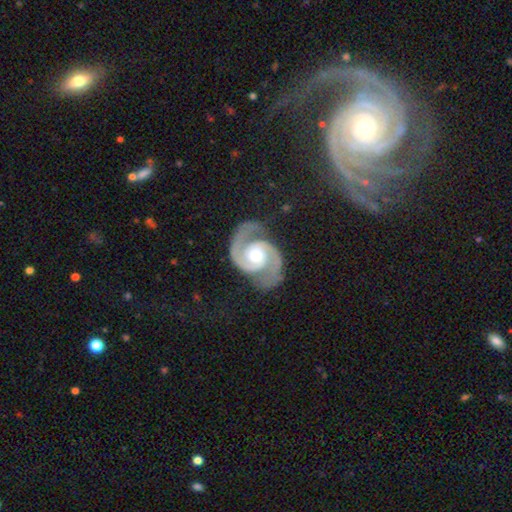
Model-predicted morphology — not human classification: Smooth or featured: featured or disk — 93% (star or artifact — 4%)
Edge-on disk: no — 98% (yes — 2%)
Bar: no — 61% (weak — 30%)
Spiral arms: yes — 99% (no — 1%)
Spiral winding: medium — 58% (tight — 30%)
Spiral arm count: 2 — 94% (can't tell — 1%)
Bulge size: moderate — 68% (small — 20%)
Merging: none — 77% (minor disturbance — 15%)